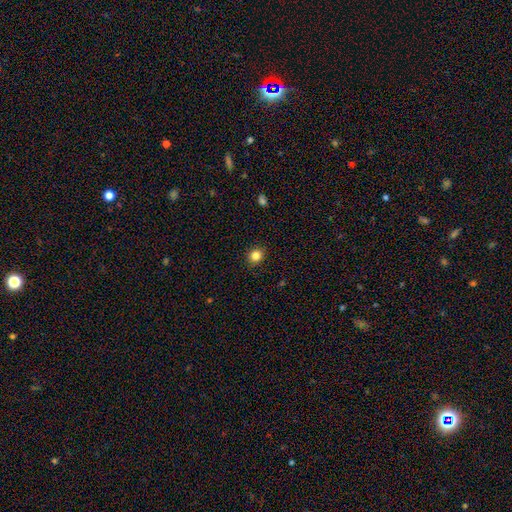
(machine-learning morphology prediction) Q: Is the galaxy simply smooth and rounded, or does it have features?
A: smooth — 83%.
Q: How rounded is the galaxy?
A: round — 81%.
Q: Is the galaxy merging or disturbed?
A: none — 91%.